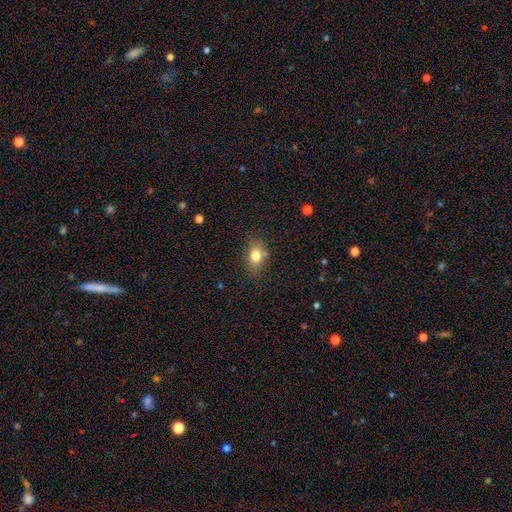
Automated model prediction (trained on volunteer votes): The model was most divided on "how rounded": in between: 73%, round: 25%, cigar-shaped: 2%. More confident: smooth or featured — smooth (79%); merging — none (74%).